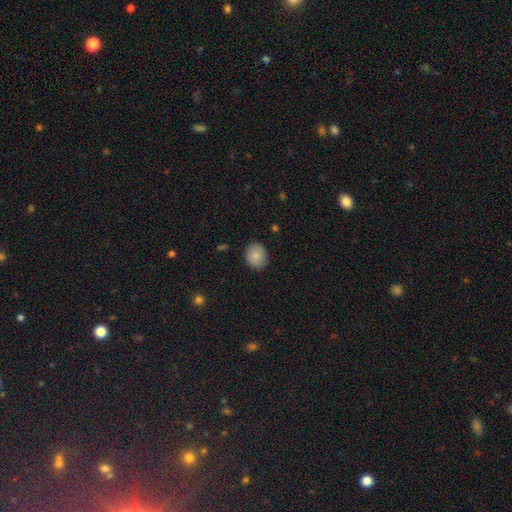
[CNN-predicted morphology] Smooth or featured? smooth (85%)
How rounded? round (68%)
Merging? none (87%)